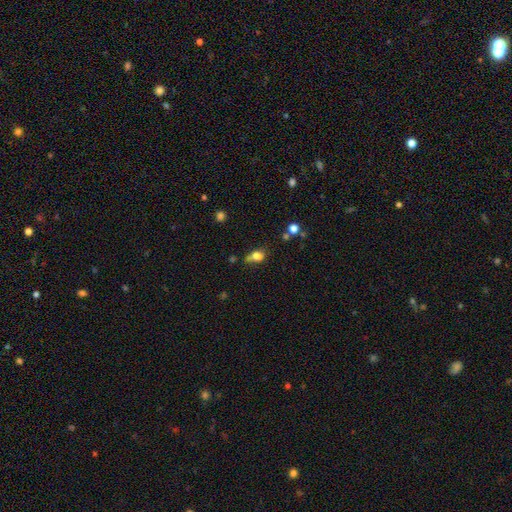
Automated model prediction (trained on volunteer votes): Q: Smooth or featured?
A: smooth (74%); runner-up: featured or disk (13%)
Q: How rounded?
A: in between (70%); runner-up: round (25%)
Q: Merging?
A: none (40%); runner-up: minor disturbance (30%)